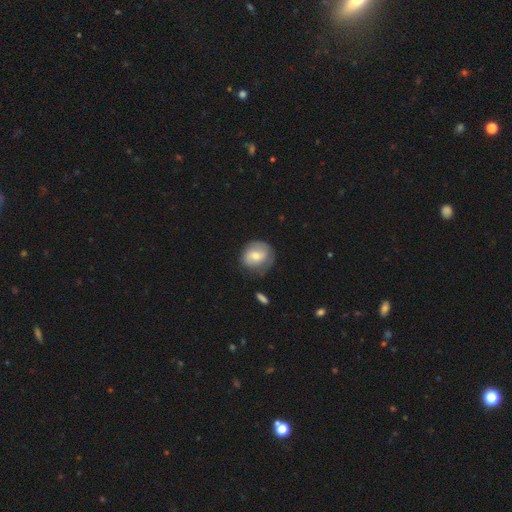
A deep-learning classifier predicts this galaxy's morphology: The model was most divided on "smooth or featured": smooth: 59%, featured or disk: 34%, star or artifact: 7%. More confident: how rounded — round (72%); merging — none (64%).